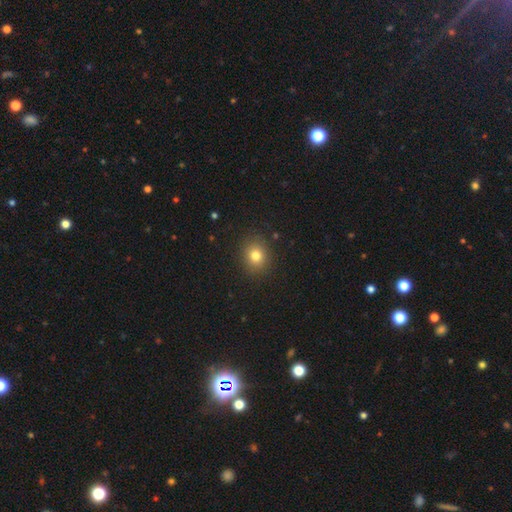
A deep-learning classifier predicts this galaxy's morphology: Overall: smooth (79%). How rounded: round (69%; in between 30%). Merging: none (88%).